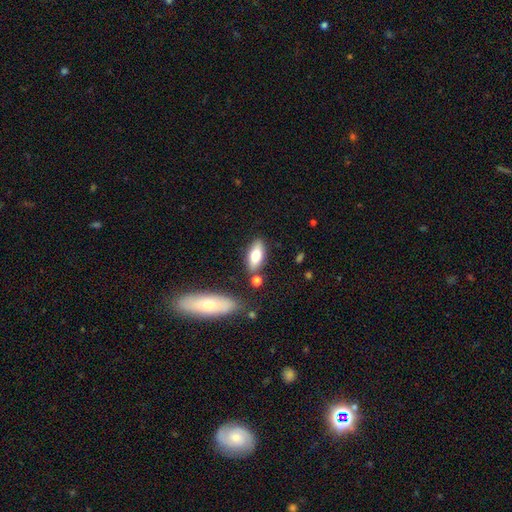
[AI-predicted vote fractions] A smooth galaxy with no disk features (71%) that is in between round and cigar-shaped (80%).

Vote fractions:
- Smooth or featured? smooth: 71% / featured or disk: 22% / star or artifact: 6%
- How rounded? in between: 80% / cigar-shaped: 18% / round: 3%
- Merging? none: 78% / minor disturbance: 12% / merger: 7% / major disturbance: 3%